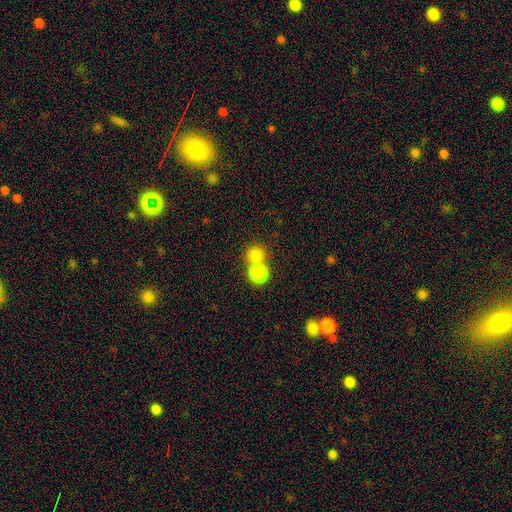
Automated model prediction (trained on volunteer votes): Smooth or featured: smooth — 77% (star or artifact — 16%)
How rounded: round — 86% (in between — 13%)
Merging: none — 58% (merger — 32%)